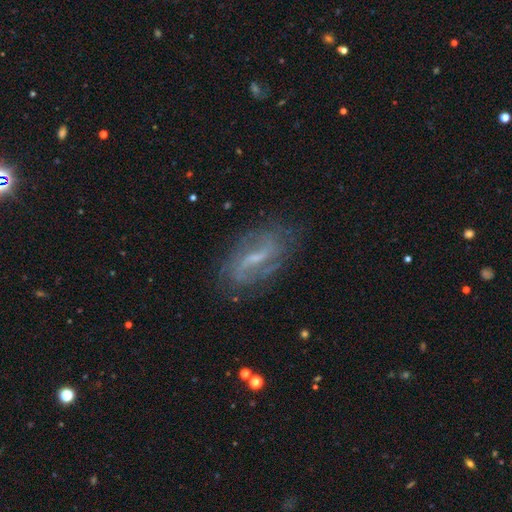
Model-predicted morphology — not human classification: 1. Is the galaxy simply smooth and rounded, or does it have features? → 71% featured or disk, 16% smooth, 12% star or artifact.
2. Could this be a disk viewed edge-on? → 88% no, 12% yes.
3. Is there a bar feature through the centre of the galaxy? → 49% weak, 35% strong, 16% no.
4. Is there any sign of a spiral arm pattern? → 83% yes, 17% no.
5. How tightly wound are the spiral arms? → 38% loose, 36% medium, 26% tight.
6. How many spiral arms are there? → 65% 2, 22% can't tell, 4% 1, 3% 3, 2% 4, 2% more than 4.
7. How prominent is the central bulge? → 57% small, 25% moderate, 15% none, 2% large, 1% dominant.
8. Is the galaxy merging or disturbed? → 78% none, 14% minor disturbance, 6% major disturbance, 2% merger.